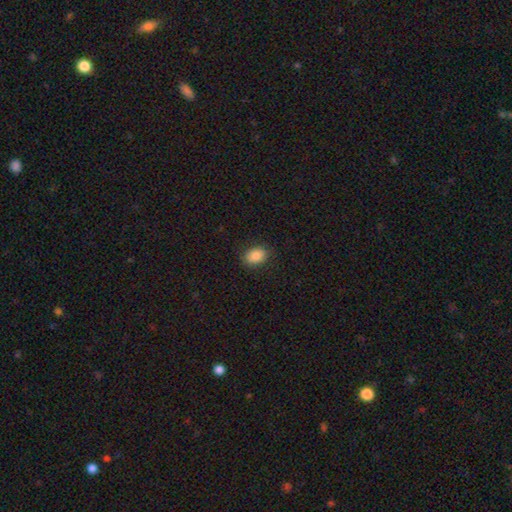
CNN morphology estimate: Smooth or featured?
  - smooth: 86% *
  - star or artifact: 8%
  - featured or disk: 6%
How rounded?
  - in between: 76% *
  - round: 23%
  - cigar-shaped: 1%
Merging?
  - none: 88% *
  - minor disturbance: 9%
  - major disturbance: 2%
  - merger: 1%